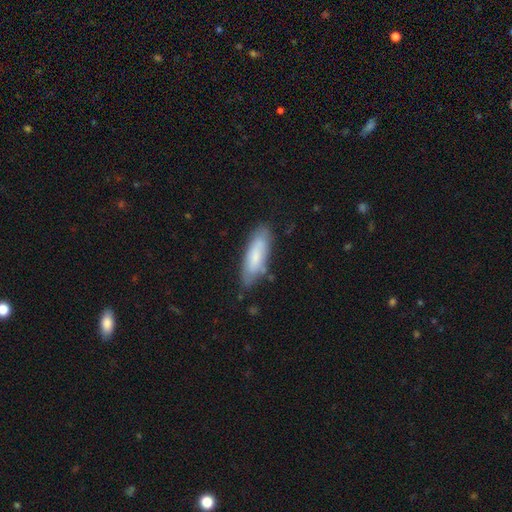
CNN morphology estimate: Overall: smooth (69%). How rounded: in between (54%; cigar-shaped 44%). Merging: none (75%).